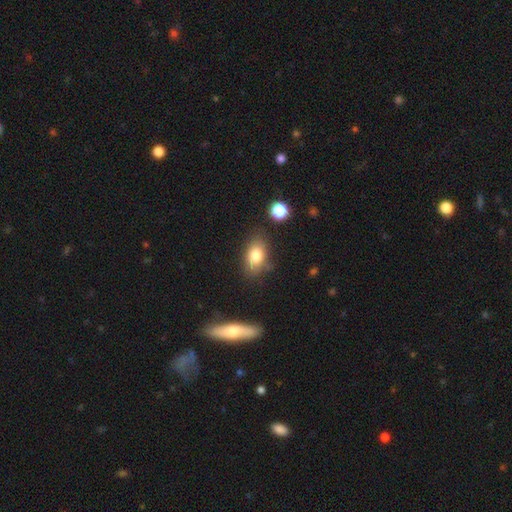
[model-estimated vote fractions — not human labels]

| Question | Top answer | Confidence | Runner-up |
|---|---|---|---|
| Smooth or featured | smooth | 79% | featured or disk (12%) |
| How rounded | in between | 86% | round (12%) |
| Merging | none | 75% | minor disturbance (17%) |